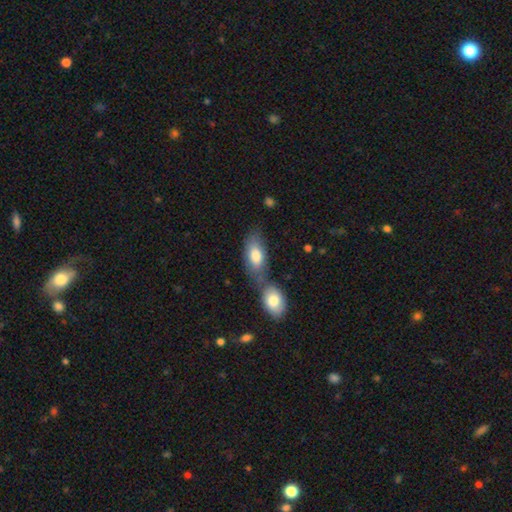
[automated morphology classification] A smooth galaxy with no disk features (78%) that is in between round and cigar-shaped (89%).

Vote fractions:
- Smooth or featured? smooth: 78% / featured or disk: 15% / star or artifact: 6%
- How rounded? in between: 89% / cigar-shaped: 7% / round: 4%
- Merging? merger: 48% / none: 35% / minor disturbance: 12% / major disturbance: 5%